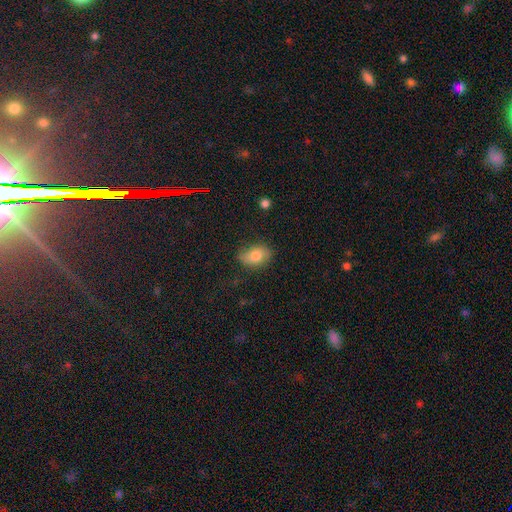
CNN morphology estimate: smooth_or_featured: smooth (p=0.77) [alt: featured or disk p=0.14]
how_rounded: in between (p=0.78) [alt: round p=0.20]
merging: none (p=0.70) [alt: minor disturbance p=0.23]